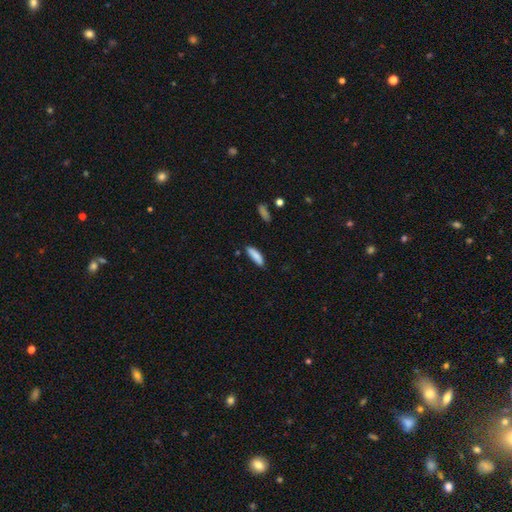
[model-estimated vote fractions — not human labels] Morphology: type=smooth (86%); roundness=cigar-shaped (61%); merging=none (79%).